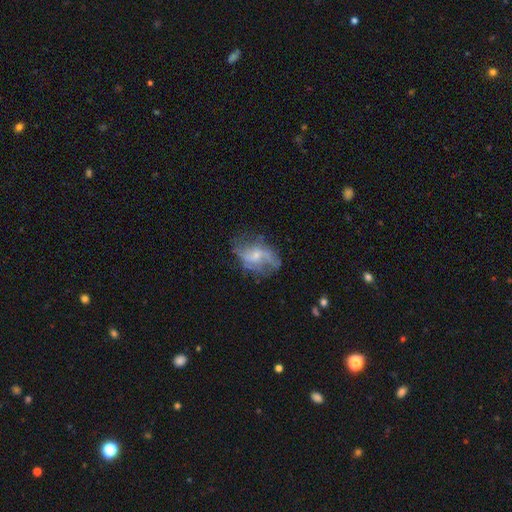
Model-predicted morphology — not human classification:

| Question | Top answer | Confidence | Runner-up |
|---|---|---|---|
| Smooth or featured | featured or disk | 68% | smooth (23%) |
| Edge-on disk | no | 96% | yes (4%) |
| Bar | no | 61% | weak (32%) |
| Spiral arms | yes | 76% | no (24%) |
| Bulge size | small | 65% | moderate (24%) |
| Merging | none | 51% | minor disturbance (25%) |